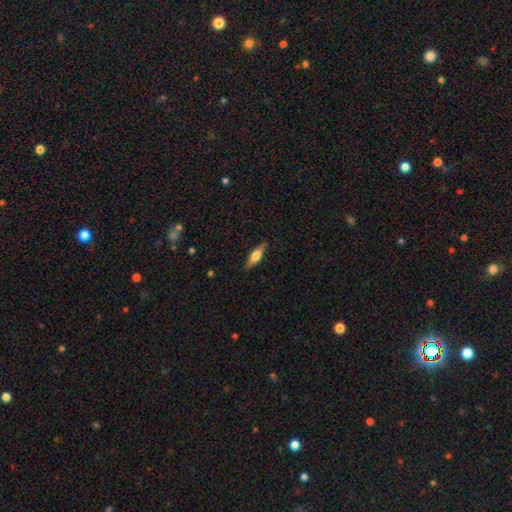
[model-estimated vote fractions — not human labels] smooth_or_featured: smooth (p=0.53) [alt: featured or disk p=0.41]
how_rounded: cigar-shaped (p=0.59) [alt: in between p=0.39]
merging: none (p=0.86) [alt: minor disturbance p=0.10]